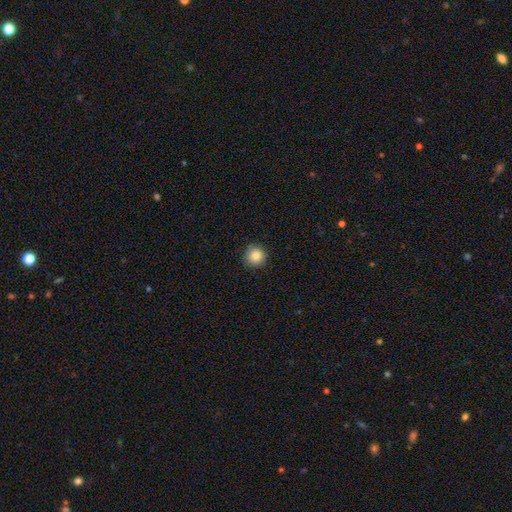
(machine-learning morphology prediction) Smooth or featured? Predicted: smooth (p=0.84). How rounded? Predicted: round (p=0.94). Merging? Predicted: none (p=0.88).